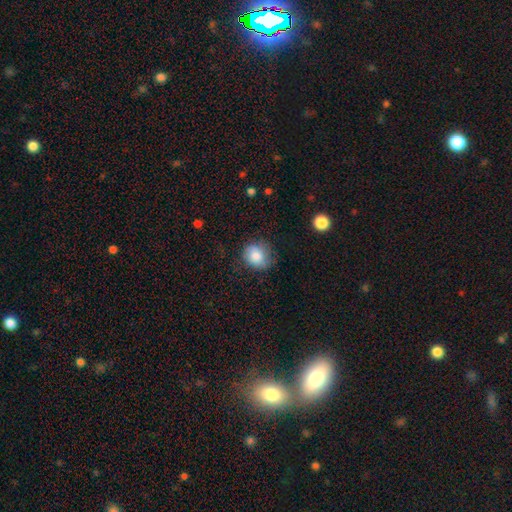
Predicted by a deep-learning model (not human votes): Smooth or featured: smooth — 82% (featured or disk — 10%)
How rounded: round — 72% (in between — 27%)
Merging: none — 66% (minor disturbance — 25%)